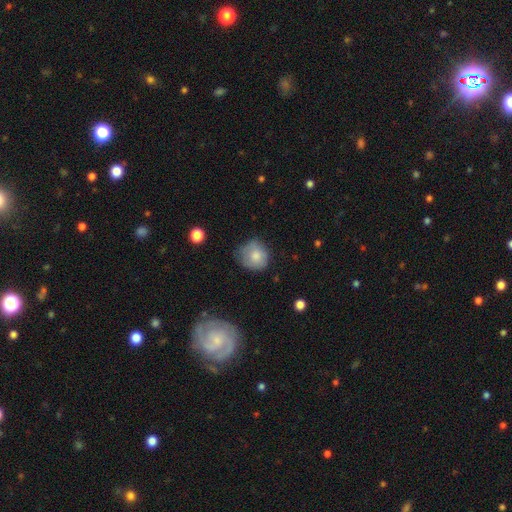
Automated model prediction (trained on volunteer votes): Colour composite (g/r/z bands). It shows a smooth galaxy with no disk features (78%) that is round (83%). Merging: none (57%).